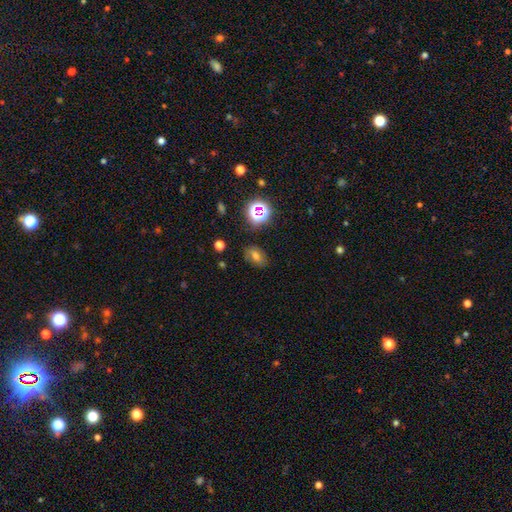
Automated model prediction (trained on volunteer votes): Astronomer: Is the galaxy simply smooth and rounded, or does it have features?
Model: smooth — 54%.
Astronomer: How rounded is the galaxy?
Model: in between — 75%.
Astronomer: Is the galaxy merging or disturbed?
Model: none — 77%.